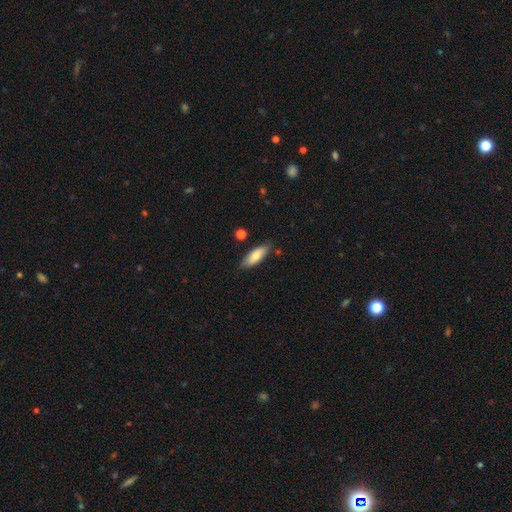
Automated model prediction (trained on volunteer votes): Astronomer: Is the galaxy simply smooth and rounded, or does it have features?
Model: smooth — 75%.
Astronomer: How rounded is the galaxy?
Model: in between — 65%.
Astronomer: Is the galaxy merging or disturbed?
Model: none — 80%.